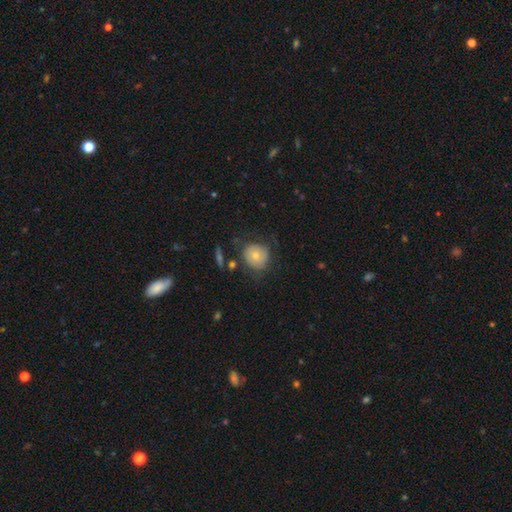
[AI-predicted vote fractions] Overall: smooth (69%). How rounded: round (83%). Merging: none (64%).